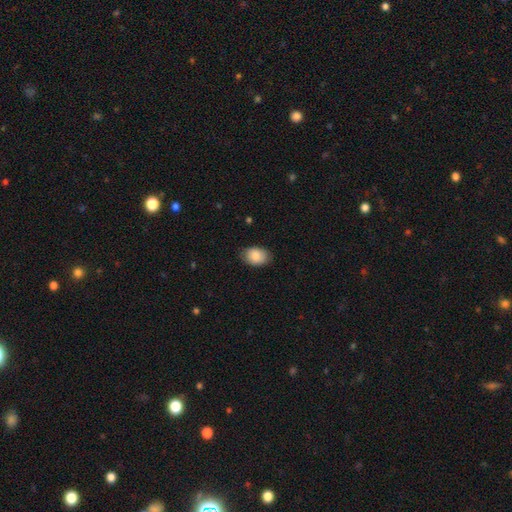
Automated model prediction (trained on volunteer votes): smooth 87%, featured or disk 7%, star or artifact 7%. Down the decision tree: how rounded — in between (82%); merging — none (82%).